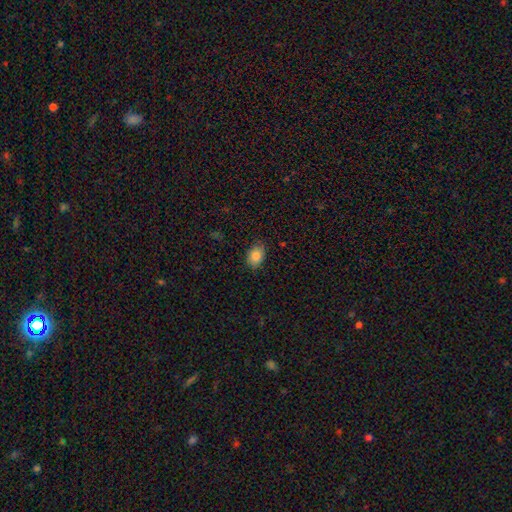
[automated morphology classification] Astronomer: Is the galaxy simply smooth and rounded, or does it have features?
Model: smooth — 83%.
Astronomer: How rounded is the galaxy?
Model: in between — 75%.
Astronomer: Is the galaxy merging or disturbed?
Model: none — 81%.